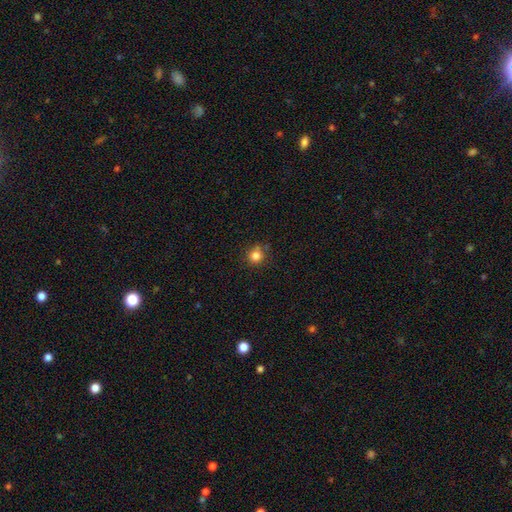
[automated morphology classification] type=smooth (81%); roundness=round (90%); merging=none (77%).